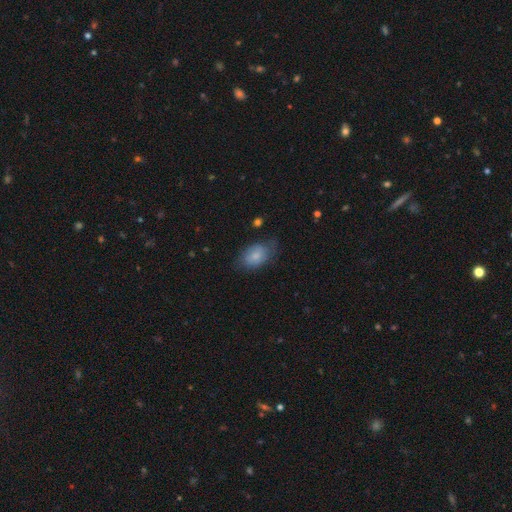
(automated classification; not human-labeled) Smooth or featured? Predicted: smooth (p=0.75). How rounded? Predicted: in between (p=0.88). Merging? Predicted: none (p=0.62).